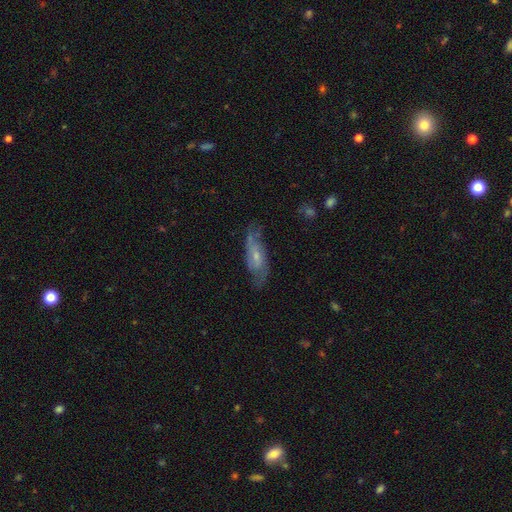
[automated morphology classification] This appears to be a featured or disk galaxy (65%) with no bar (52%), spiral arms (84%) and a small central bulge (57%). Merging: none (68%).